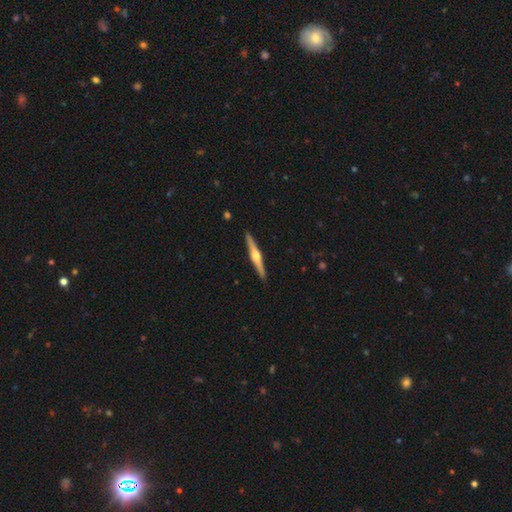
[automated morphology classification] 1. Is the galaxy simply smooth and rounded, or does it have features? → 79% featured or disk, 17% smooth, 4% star or artifact.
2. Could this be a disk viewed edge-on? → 99% yes, 1% no.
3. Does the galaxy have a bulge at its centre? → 92% rounded, 5% boxy, 3% none.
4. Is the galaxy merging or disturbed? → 92% none, 6% minor disturbance, 1% major disturbance, 1% merger.